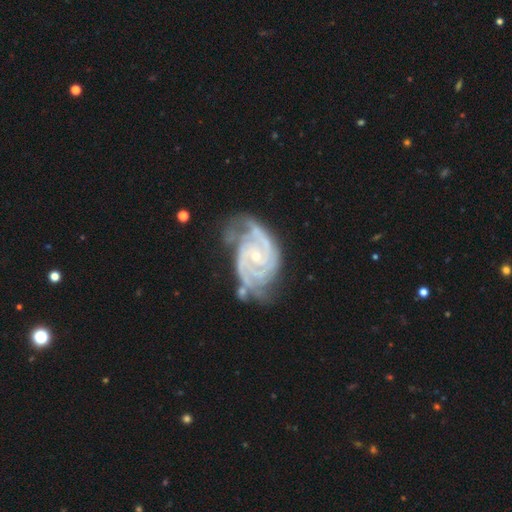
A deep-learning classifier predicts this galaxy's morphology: A featured or disk galaxy (93%) with no bar (61%), 2 (44%) tight (65%) spiral arms (99%) and a small central bulge (75%).

Vote fractions:
- Smooth or featured? featured or disk: 93% / star or artifact: 4% / smooth: 3%
- Edge-on disk? no: 98% / yes: 2%
- Bar? no: 61% / weak: 29% / strong: 10%
- Spiral arms? yes: 99% / no: 1%
- Spiral winding? tight: 65% / medium: 30% / loose: 4%
- Spiral arm count? 2: 44% / 3: 29% / can't tell: 9% / 4: 9% / more than 4: 5% / 1: 5%
- Bulge size? small: 75% / moderate: 22% / none: 1% / large: 1% / dominant: 1%
- Merging? none: 52% / minor disturbance: 28% / major disturbance: 13% / merger: 6%